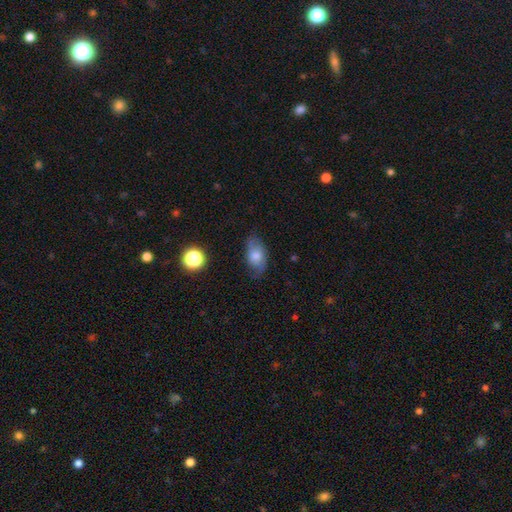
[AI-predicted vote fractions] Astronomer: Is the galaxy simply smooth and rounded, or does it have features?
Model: smooth — 64%.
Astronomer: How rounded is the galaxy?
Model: in between — 89%.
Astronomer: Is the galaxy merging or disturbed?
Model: none — 66%.